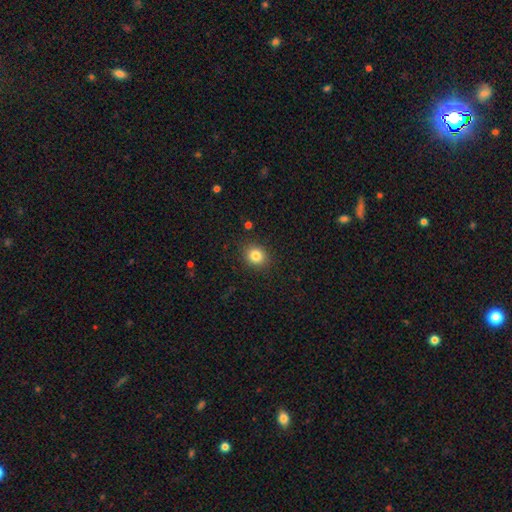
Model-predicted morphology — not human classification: Overall: smooth (83%). How rounded: round (72%). Merging: none (88%).